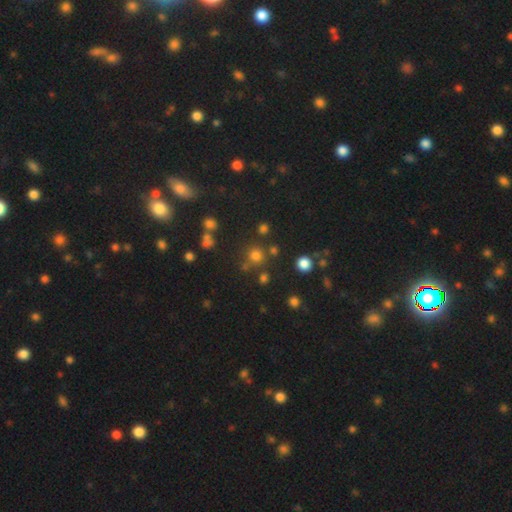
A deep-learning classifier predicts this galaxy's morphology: Smooth or featured? Predicted: smooth (p=0.71). How rounded? Predicted: round (p=0.92). Merging? Predicted: none (p=0.75).